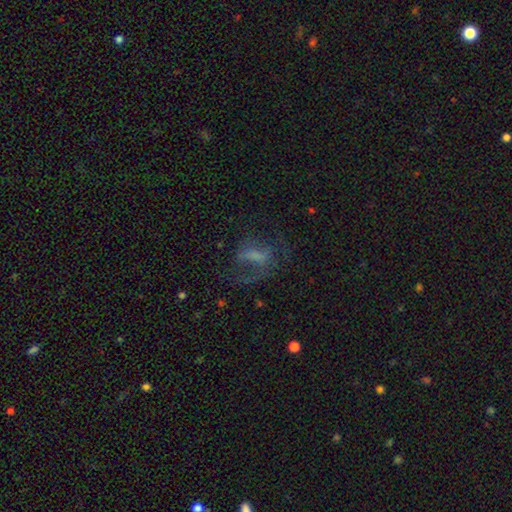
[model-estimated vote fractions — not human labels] The model was most divided on "merging": none: 41%, major disturbance: 39%, minor disturbance: 17%, merger: 3%. Remaining: smooth or featured — featured or disk (49%).